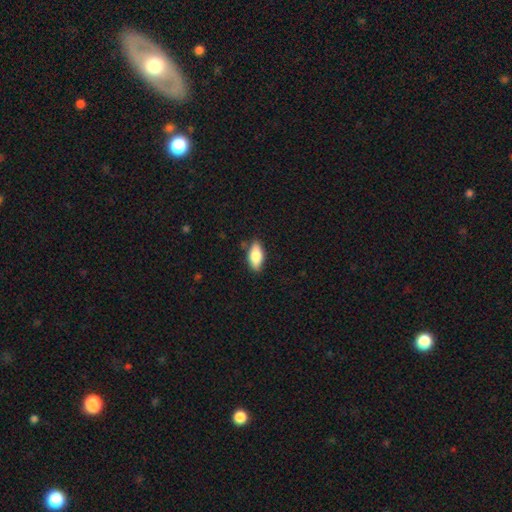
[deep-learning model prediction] smooth 77%, featured or disk 16%, star or artifact 7%. Down the decision tree: how rounded — in between (85%); merging — none (83%).